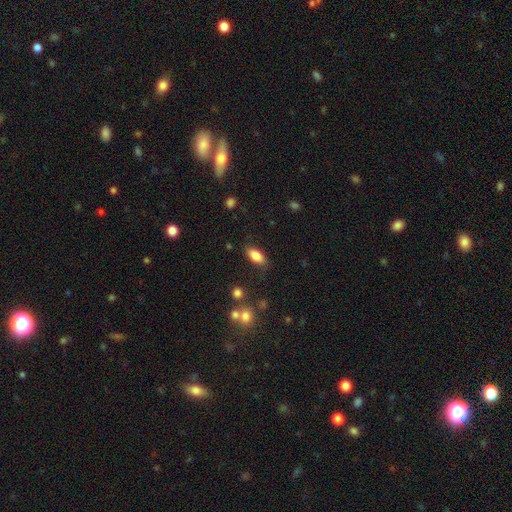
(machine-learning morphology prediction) A smooth galaxy with no disk features (82%) that is in between round and cigar-shaped (86%).

Vote fractions:
- Smooth or featured? smooth: 82% / featured or disk: 10% / star or artifact: 8%
- How rounded? in between: 86% / cigar-shaped: 10% / round: 4%
- Merging? none: 79% / minor disturbance: 15% / major disturbance: 4% / merger: 2%